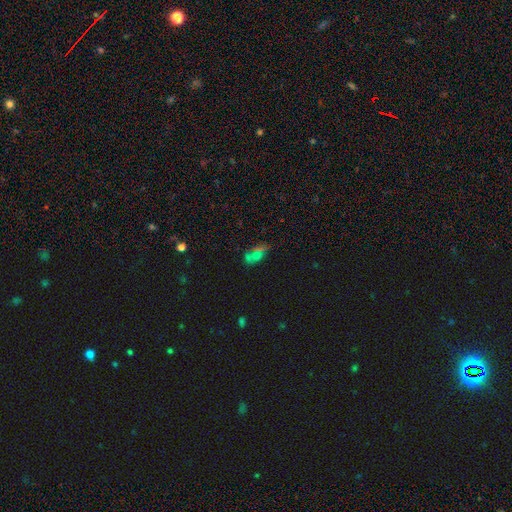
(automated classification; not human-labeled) Smooth or featured? Predicted: smooth (p=0.45). Merging? Predicted: none (p=0.46).